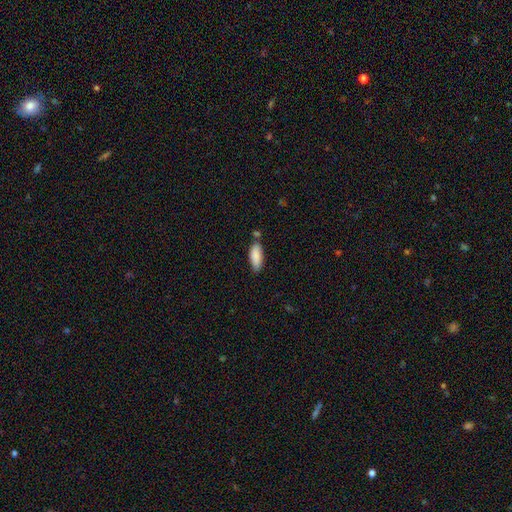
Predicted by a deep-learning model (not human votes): smooth 87%, featured or disk 7%, star or artifact 6%. Down the decision tree: how rounded — in between (75%); merging — none (65%).